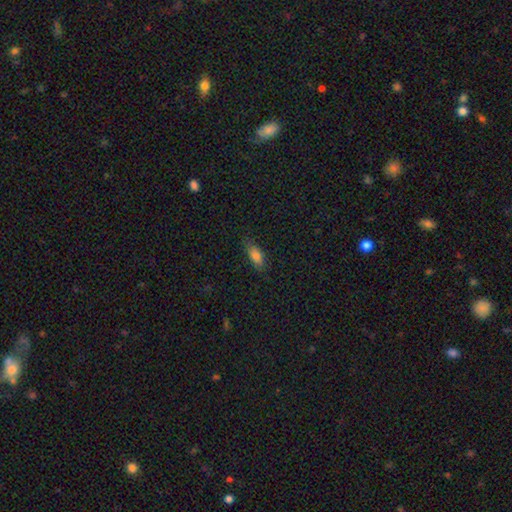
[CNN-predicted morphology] smooth 79%, featured or disk 11%, star or artifact 10%. Down the decision tree: how rounded — in between (82%); merging — none (77%).